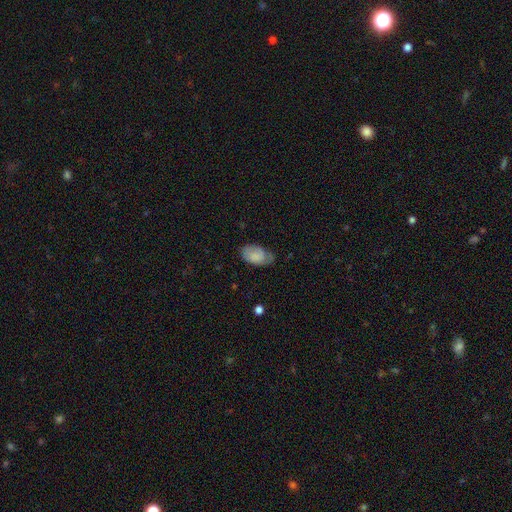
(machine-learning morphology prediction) This appears to be a smooth galaxy with no disk features (73%) that is in between round and cigar-shaped (92%). Merging: none (54%).